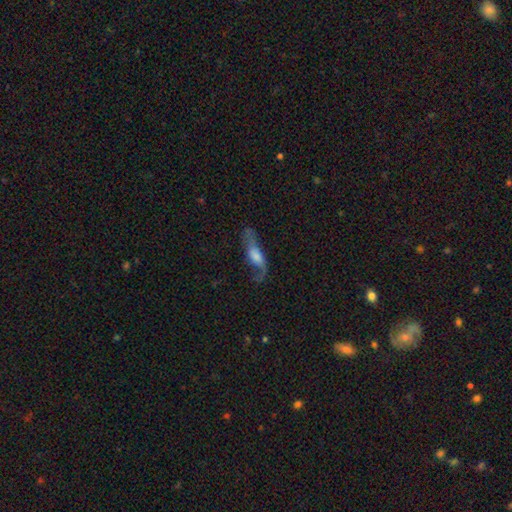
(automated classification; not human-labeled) A featured or disk galaxy (58%).

Vote fractions:
- Smooth or featured? featured or disk: 58% / smooth: 34% / star or artifact: 8%
- Edge-on disk? no: 77% / yes: 23%
- Merging? none: 48% / major disturbance: 25% / minor disturbance: 23% / merger: 4%